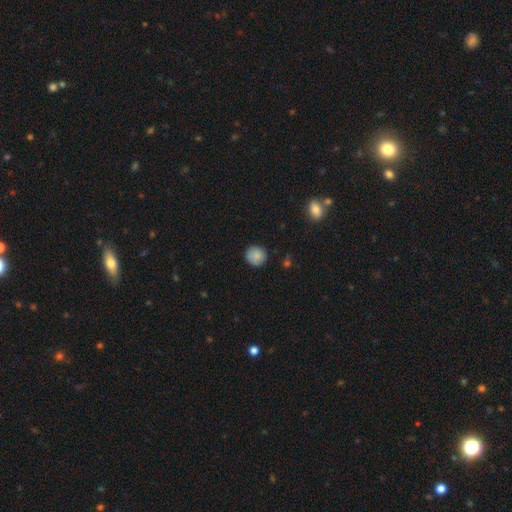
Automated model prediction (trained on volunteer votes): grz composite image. It shows a smooth galaxy with no disk features (84%) that is round (91%). Merging: none (84%).